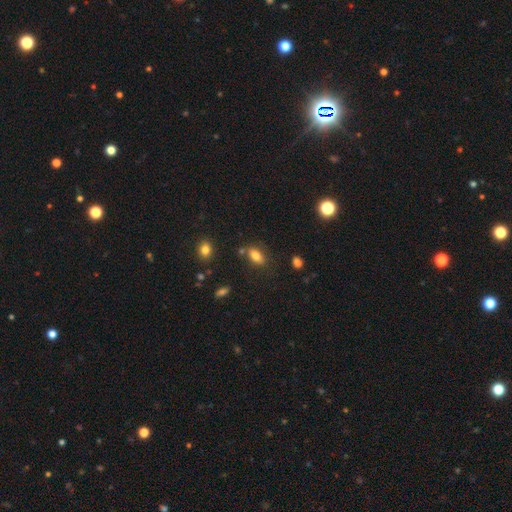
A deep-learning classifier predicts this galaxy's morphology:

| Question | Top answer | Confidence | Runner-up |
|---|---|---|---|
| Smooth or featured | smooth | 79% | featured or disk (11%) |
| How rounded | in between | 86% | cigar-shaped (7%) |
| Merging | none | 72% | minor disturbance (15%) |